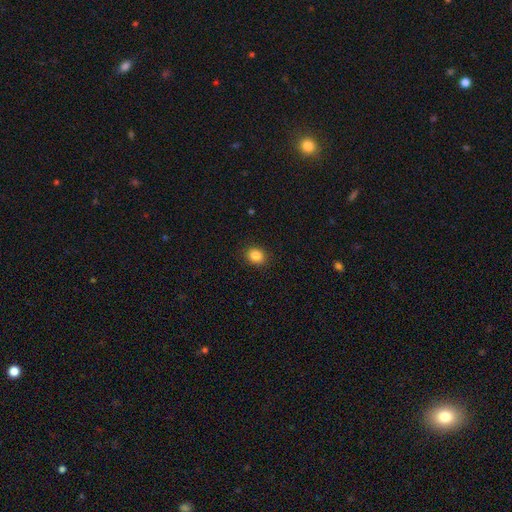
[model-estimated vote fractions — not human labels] This is clearly a smooth galaxy (86%). How rounded: possibly round (59%). Merging: clearly none (89%).